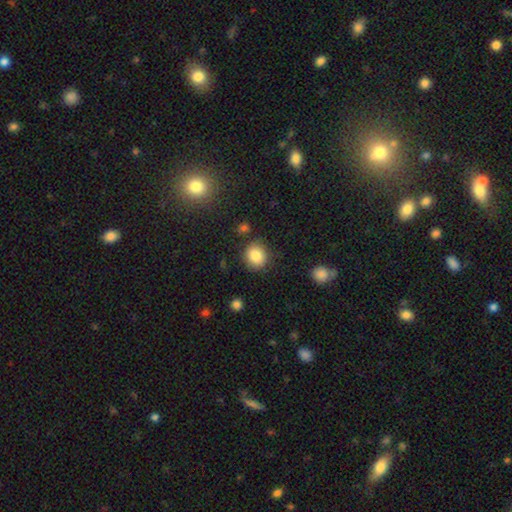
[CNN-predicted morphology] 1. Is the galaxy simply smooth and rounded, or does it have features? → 85% smooth, 9% star or artifact, 6% featured or disk.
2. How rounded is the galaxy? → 79% round, 21% in between, 1% cigar-shaped.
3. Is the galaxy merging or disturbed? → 82% none, 11% minor disturbance, 3% merger, 3% major disturbance.